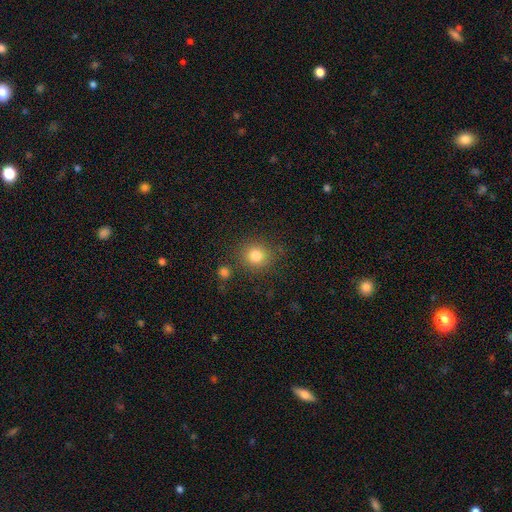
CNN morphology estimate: smooth 81%, star or artifact 12%, featured or disk 7%. Down the decision tree: how rounded — round (87%); merging — none (83%).